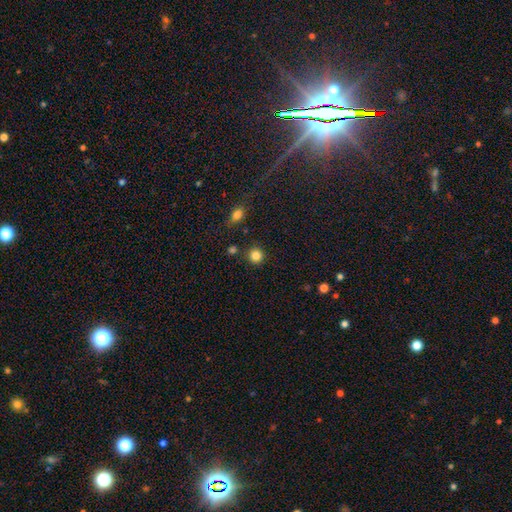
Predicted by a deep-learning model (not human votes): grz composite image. It shows a smooth galaxy with no disk features (84%) that is round (93%). Merging: none (87%).